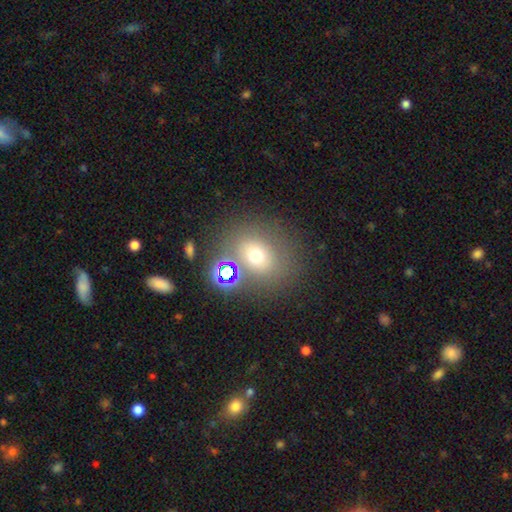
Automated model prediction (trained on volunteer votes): smooth-or-featured: smooth: 65% | star or artifact: 21% | featured or disk: 14%
  how-rounded: round: 64% | in between: 35% | cigar-shaped: 1%
  merging: none: 70% | minor disturbance: 13% | merger: 10% | major disturbance: 8%